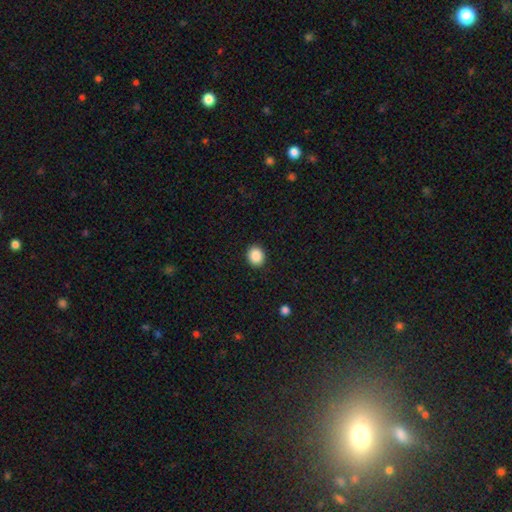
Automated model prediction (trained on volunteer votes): Overall: smooth (88%). How rounded: round (66%; in between 33%). Merging: none (91%).